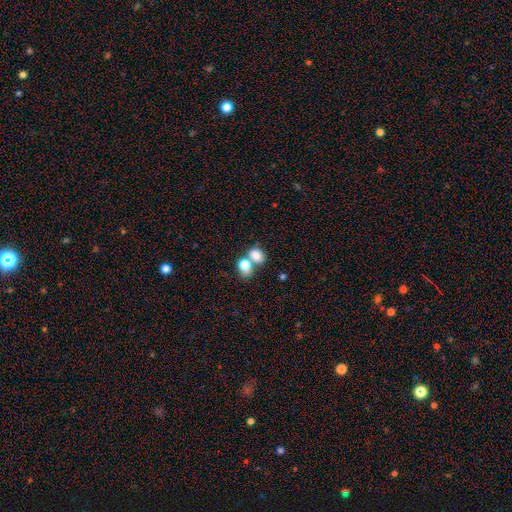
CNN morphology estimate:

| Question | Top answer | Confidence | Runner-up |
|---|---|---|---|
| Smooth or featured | smooth | 78% | star or artifact (11%) |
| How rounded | in between | 60% | round (39%) |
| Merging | merger | 53% | none (34%) |